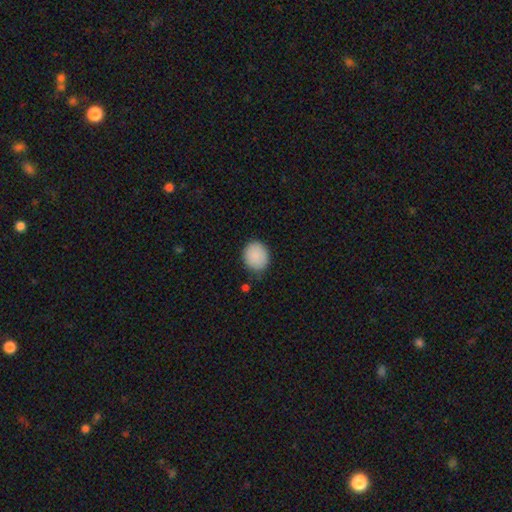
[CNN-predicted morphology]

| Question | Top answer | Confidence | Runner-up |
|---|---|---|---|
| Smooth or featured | smooth | 89% | star or artifact (7%) |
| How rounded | round | 73% | in between (27%) |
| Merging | none | 81% | minor disturbance (15%) |